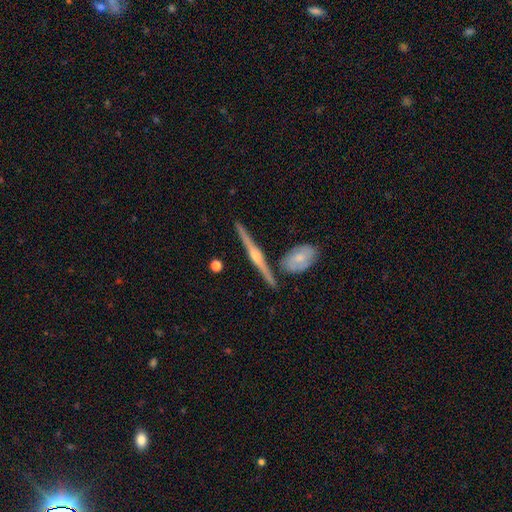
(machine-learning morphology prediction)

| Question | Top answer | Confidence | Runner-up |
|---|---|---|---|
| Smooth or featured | featured or disk | 84% | smooth (10%) |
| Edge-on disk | yes | 97% | no (3%) |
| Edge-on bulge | rounded | 89% | none (6%) |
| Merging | none | 82% | merger (8%) |